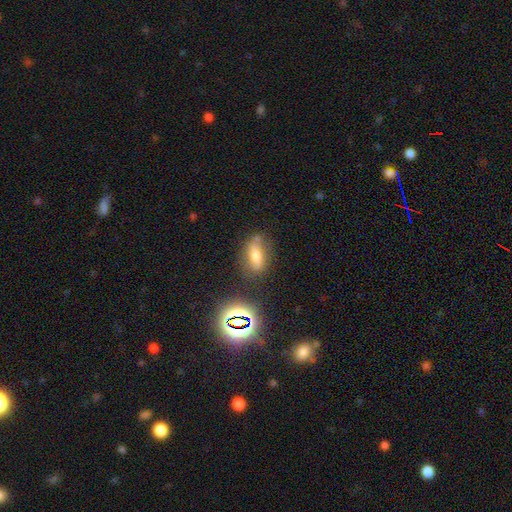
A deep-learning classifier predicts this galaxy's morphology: The model was most divided on "smooth or featured": smooth: 52%, featured or disk: 27%, star or artifact: 21%. More confident: how rounded — in between (73%); merging — none (64%).